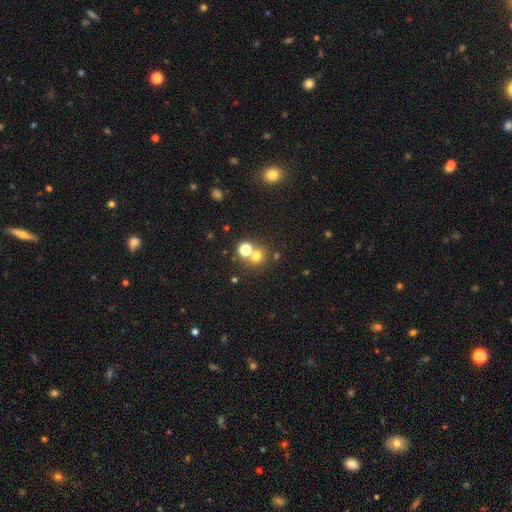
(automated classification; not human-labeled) Morphology: type=smooth (67%); roundness=round (85%); merging=none (57%).